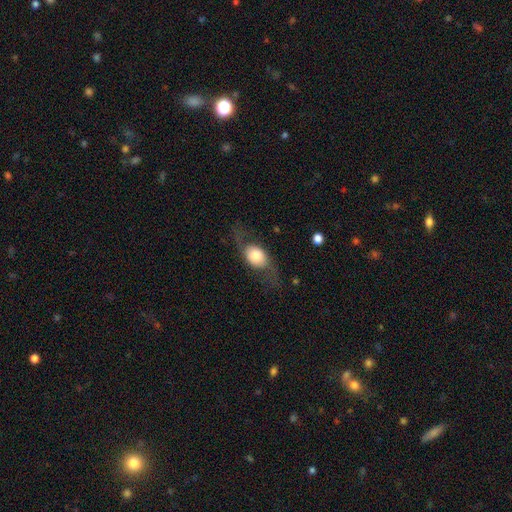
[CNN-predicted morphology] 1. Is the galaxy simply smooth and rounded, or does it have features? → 51% featured or disk, 42% smooth, 7% star or artifact.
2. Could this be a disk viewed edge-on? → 70% no, 30% yes.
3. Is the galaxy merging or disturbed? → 63% none, 18% minor disturbance, 17% major disturbance, 2% merger.